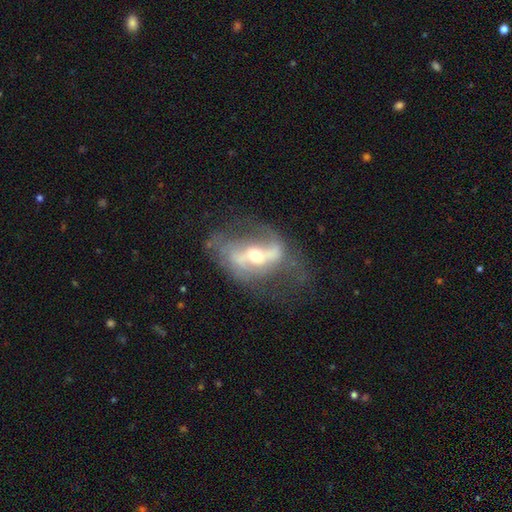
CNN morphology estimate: Q: Smooth or featured?
A: featured or disk (80%); runner-up: smooth (13%)
Q: Edge-on disk?
A: no (92%); runner-up: yes (8%)
Q: Bar?
A: strong (46%); runner-up: weak (31%)
Q: Spiral arms?
A: yes (74%); runner-up: no (26%)
Q: Spiral winding?
A: loose (49%); runner-up: medium (37%)
Q: Spiral arm count?
A: 2 (78%); runner-up: can't tell (11%)
Q: Bulge size?
A: moderate (66%); runner-up: small (26%)
Q: Merging?
A: none (46%); runner-up: major disturbance (28%)